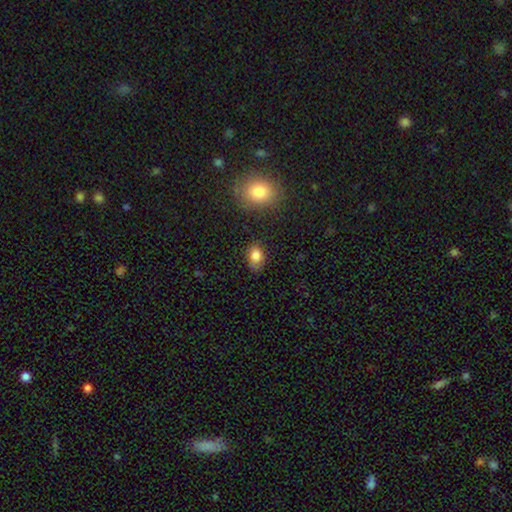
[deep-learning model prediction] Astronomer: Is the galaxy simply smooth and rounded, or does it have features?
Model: smooth — 83%.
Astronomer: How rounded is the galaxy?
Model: in between — 78%.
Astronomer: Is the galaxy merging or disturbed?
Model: none — 75%.